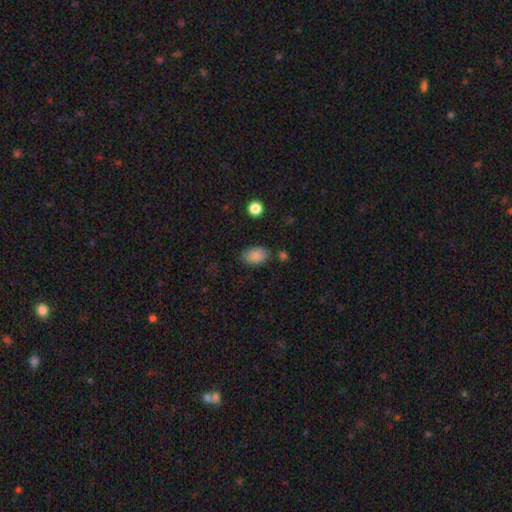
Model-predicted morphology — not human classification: Smooth or featured? smooth (87%)
How rounded? in between (87%)
Merging? none (77%)